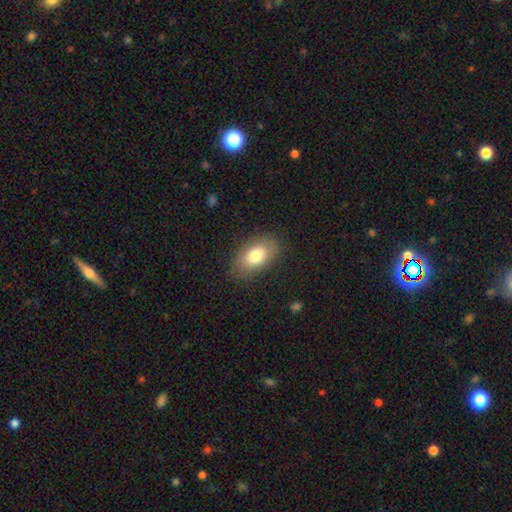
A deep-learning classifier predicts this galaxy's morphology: type=smooth (79%); roundness=in between (90%); merging=none (84%).